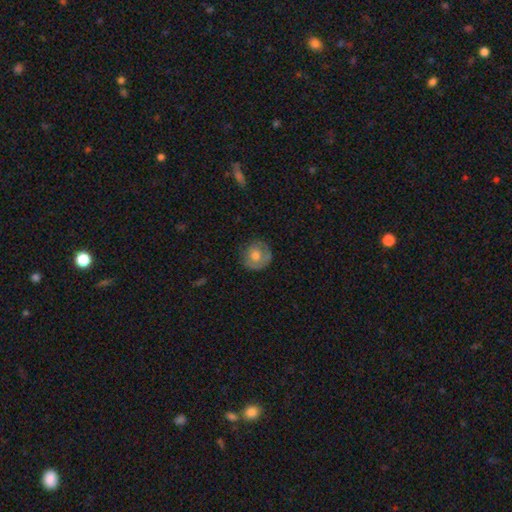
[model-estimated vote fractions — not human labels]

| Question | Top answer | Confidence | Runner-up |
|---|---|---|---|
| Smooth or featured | smooth | 61% | featured or disk (31%) |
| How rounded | round | 88% | in between (11%) |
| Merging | none | 72% | minor disturbance (19%) |